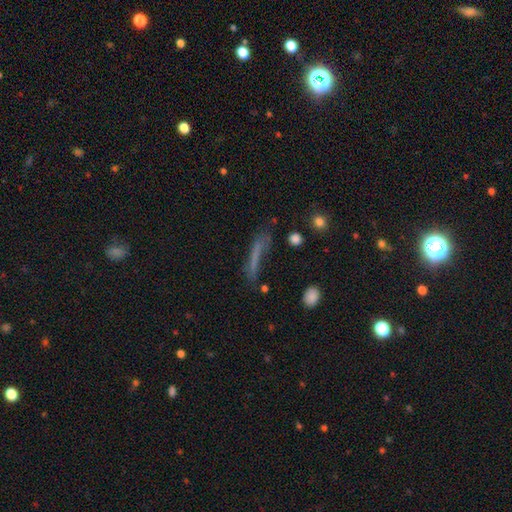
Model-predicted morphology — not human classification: This is possibly a smooth galaxy (54%). How rounded: clearly cigar-shaped (83%). Merging: possibly none (49%).